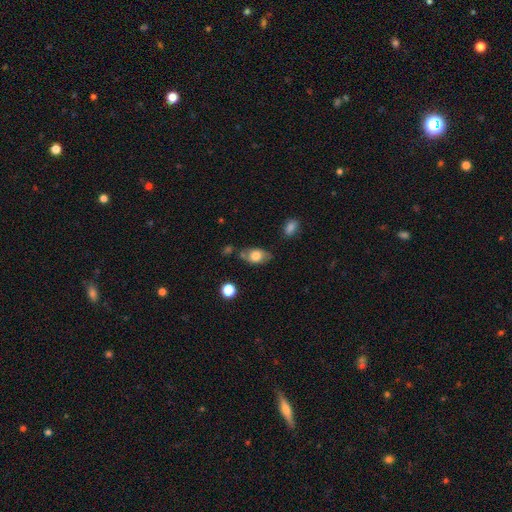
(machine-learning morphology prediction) Overall: smooth (70%). How rounded: in between (85%). Merging: none (65%).